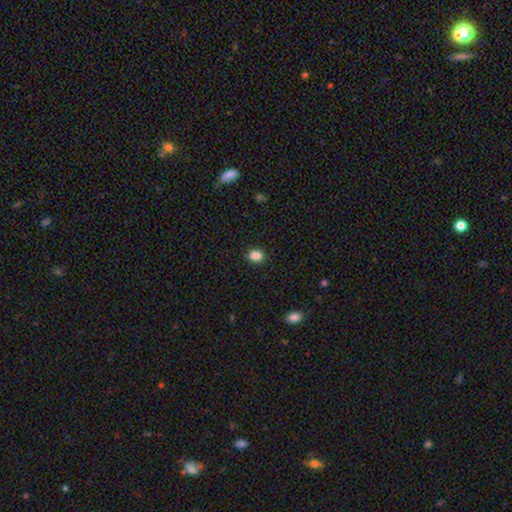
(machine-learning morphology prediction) Smooth or featured?
  - smooth: 86% *
  - star or artifact: 10%
  - featured or disk: 4%
How rounded?
  - in between: 50% *
  - round: 49%
  - cigar-shaped: 1%
Merging?
  - none: 90% *
  - minor disturbance: 7%
  - major disturbance: 2%
  - merger: 1%